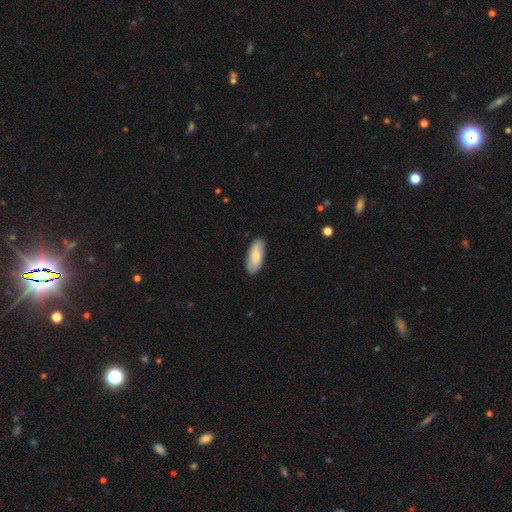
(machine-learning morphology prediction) smooth-or-featured: smooth: 75% | featured or disk: 19% | star or artifact: 6%
  how-rounded: in between: 82% | cigar-shaped: 16% | round: 2%
  merging: none: 84% | minor disturbance: 12% | major disturbance: 2% | merger: 1%